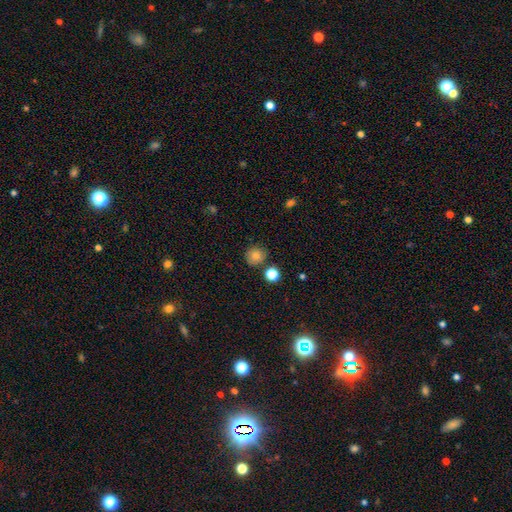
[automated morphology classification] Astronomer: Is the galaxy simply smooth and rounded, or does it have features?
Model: smooth — 78%.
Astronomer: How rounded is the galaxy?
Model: round — 90%.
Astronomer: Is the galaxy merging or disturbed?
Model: none — 82%.